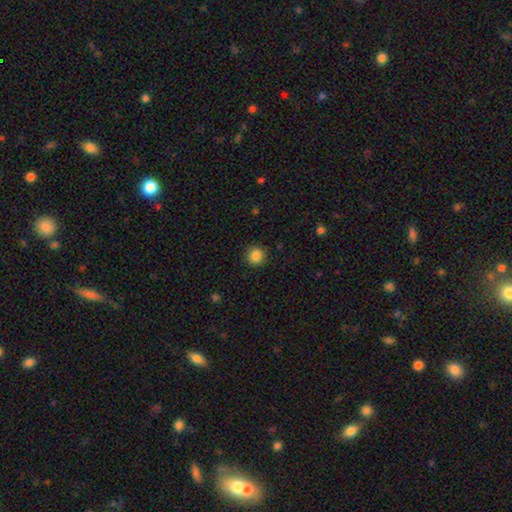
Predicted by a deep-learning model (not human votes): Smooth or featured? smooth (86%)
How rounded? round (89%)
Merging? none (89%)